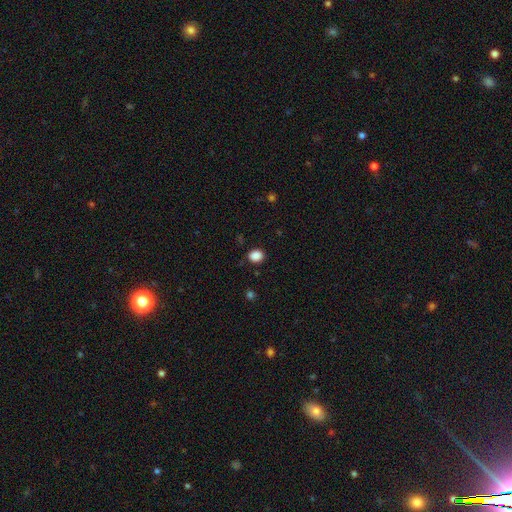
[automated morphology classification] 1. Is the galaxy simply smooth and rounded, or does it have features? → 87% smooth, 10% star or artifact, 3% featured or disk.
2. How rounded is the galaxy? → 56% round, 43% in between, 1% cigar-shaped.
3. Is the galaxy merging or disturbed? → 86% none, 10% minor disturbance, 3% major disturbance, 1% merger.